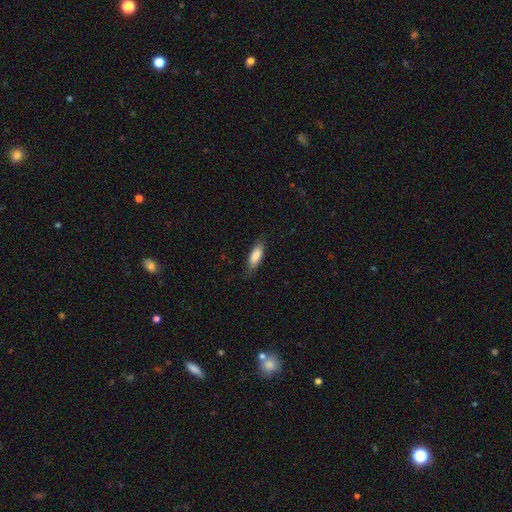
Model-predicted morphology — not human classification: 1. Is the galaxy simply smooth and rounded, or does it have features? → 84% smooth, 10% featured or disk, 6% star or artifact.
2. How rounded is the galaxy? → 62% in between, 37% cigar-shaped, 2% round.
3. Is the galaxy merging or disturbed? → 80% none, 15% minor disturbance, 3% major disturbance, 1% merger.